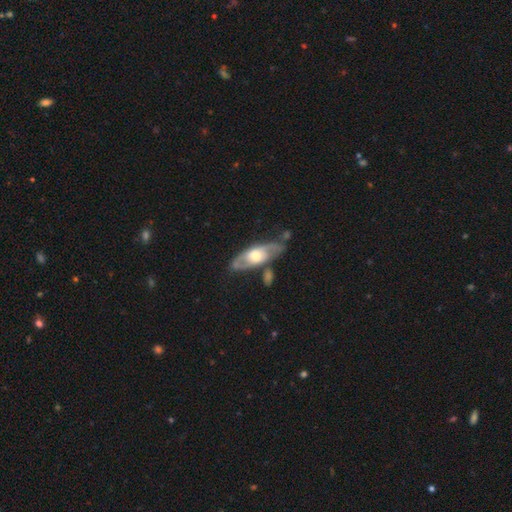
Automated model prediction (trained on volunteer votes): Morphology: type=featured or disk (67%); edge-on=no (75%); bar=no (72%); spiral arms=yes (60%); bulge=moderate (65%); merging=none (61%).